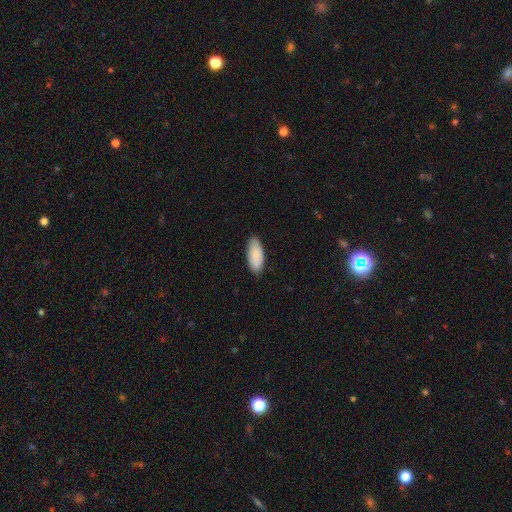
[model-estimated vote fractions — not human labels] Overall: smooth (88%). How rounded: in between (86%). Merging: none (88%).